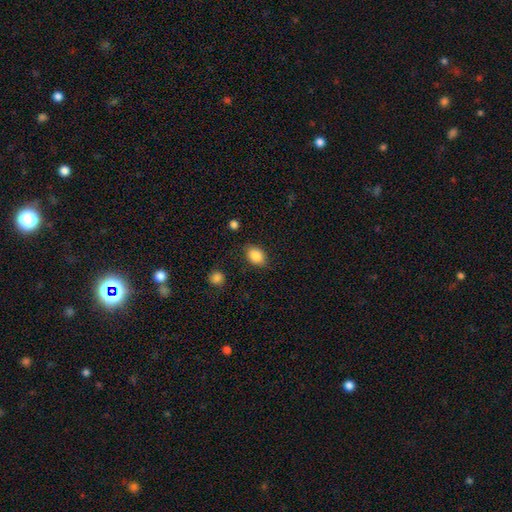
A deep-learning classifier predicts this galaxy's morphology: Smooth or featured?
  - smooth: 86% *
  - star or artifact: 8%
  - featured or disk: 6%
How rounded?
  - in between: 76% *
  - round: 23%
  - cigar-shaped: 1%
Merging?
  - none: 81% *
  - minor disturbance: 13%
  - major disturbance: 4%
  - merger: 2%